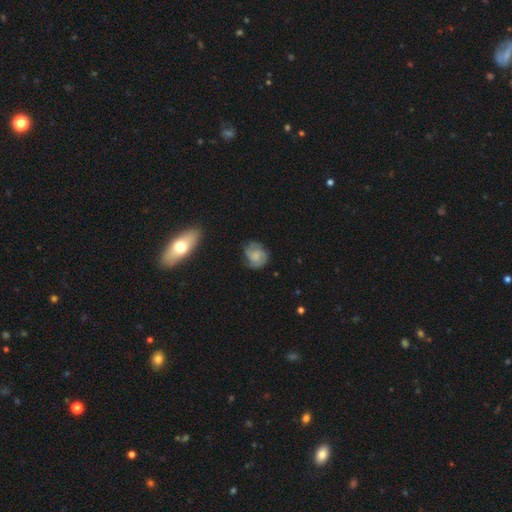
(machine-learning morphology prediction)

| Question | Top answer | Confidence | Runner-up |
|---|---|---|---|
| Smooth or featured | featured or disk | 53% | smooth (39%) |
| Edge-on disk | no | 97% | yes (3%) |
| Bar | no | 71% | weak (26%) |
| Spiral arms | yes | 87% | no (13%) |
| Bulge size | none | 32% | moderate (29%) |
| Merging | none | 69% | minor disturbance (21%) |